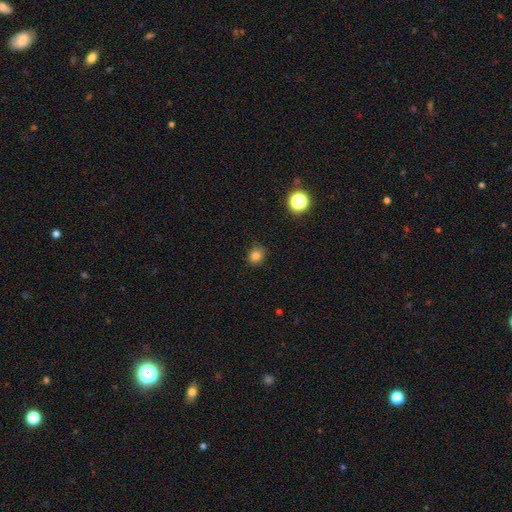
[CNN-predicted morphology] A smooth galaxy with no disk features (81%) that is round (73%).

Vote fractions:
- Smooth or featured? smooth: 81% / star or artifact: 14% / featured or disk: 5%
- How rounded? round: 73% / in between: 26% / cigar-shaped: 1%
- Merging? none: 80% / minor disturbance: 15% / major disturbance: 3% / merger: 1%